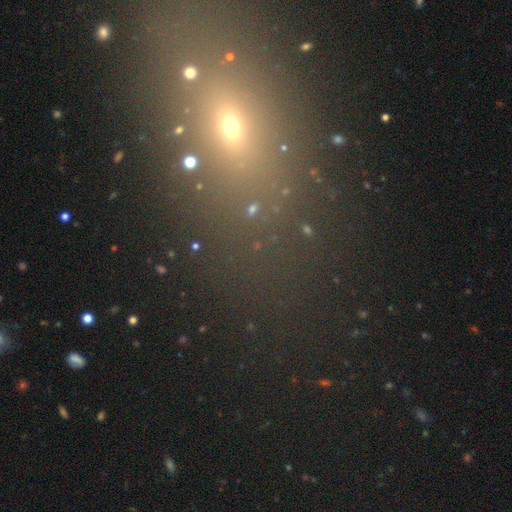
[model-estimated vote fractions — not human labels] Smooth or featured?
  - star or artifact: 52% *
  - smooth: 35%
  - featured or disk: 13%